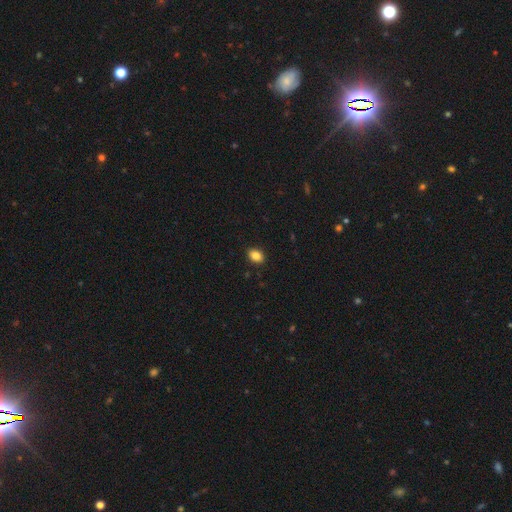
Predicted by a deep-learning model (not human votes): Smooth or featured? Predicted: smooth (p=0.86). How rounded? Predicted: in between (p=0.71). Merging? Predicted: none (p=0.90).